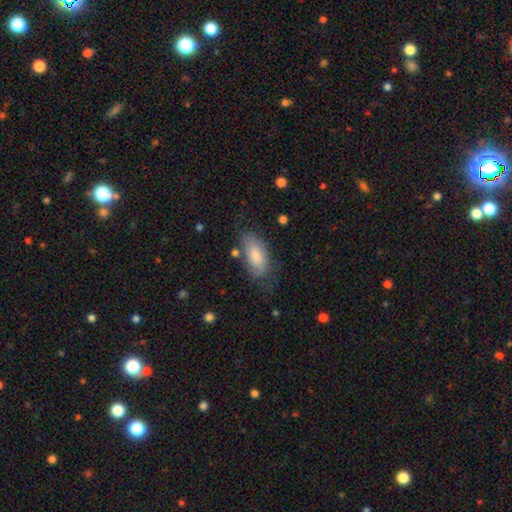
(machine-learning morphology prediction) This appears to be a smooth galaxy with no disk features (71%) that is in between round and cigar-shaped (88%). Merging: none (63%).